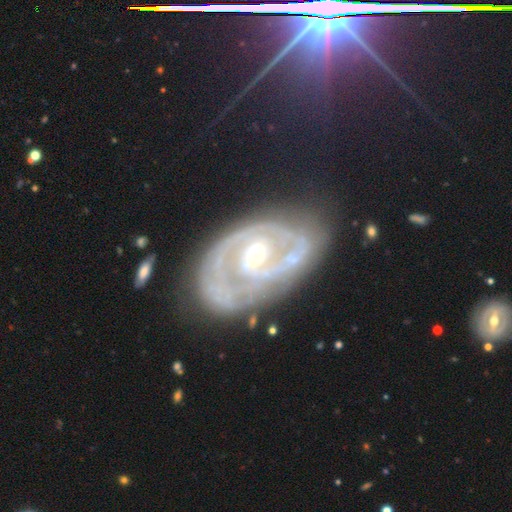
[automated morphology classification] featured or disk 86%, star or artifact 7%, smooth 7%. Down the decision tree: edge-on disk — no (96%); bar — no (49%); spiral arms — yes (91%); spiral arm count — 2 (50%); spiral winding — tight (64%); bulge size — small (53%); merging — none (68%).